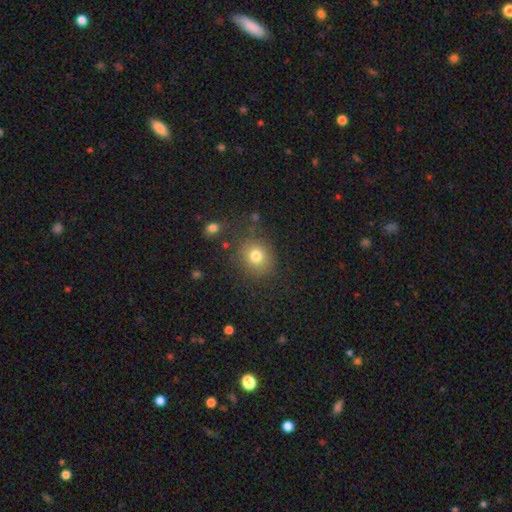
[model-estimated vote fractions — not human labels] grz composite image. It shows a smooth galaxy with no disk features (78%) that is round (77%). Merging: none (79%).